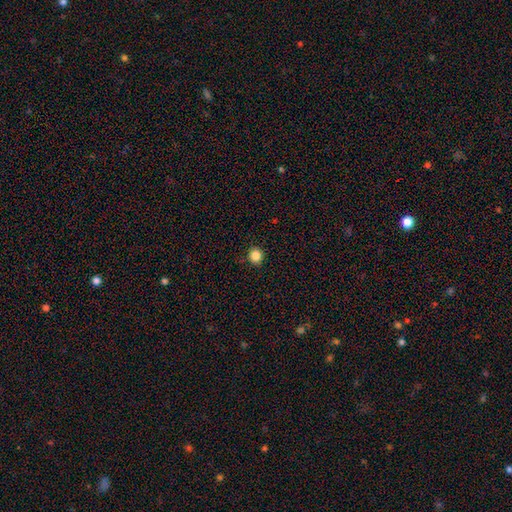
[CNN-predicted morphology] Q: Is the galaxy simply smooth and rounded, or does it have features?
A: smooth — 85%.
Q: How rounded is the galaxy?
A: round — 87%.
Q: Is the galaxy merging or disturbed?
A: none — 91%.